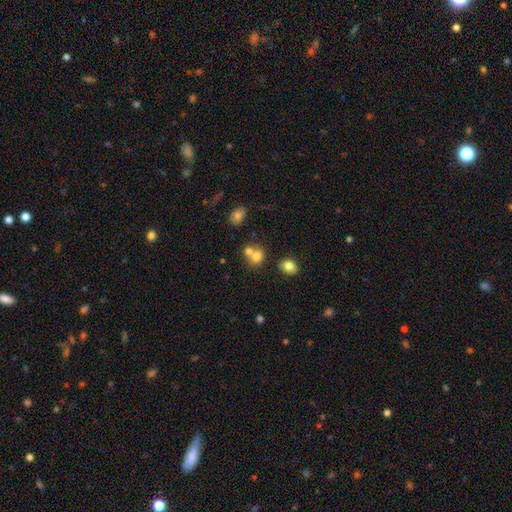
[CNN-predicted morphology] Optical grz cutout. It shows a smooth galaxy with no disk features (73%) that is round (61%). Merging: merger (50%).